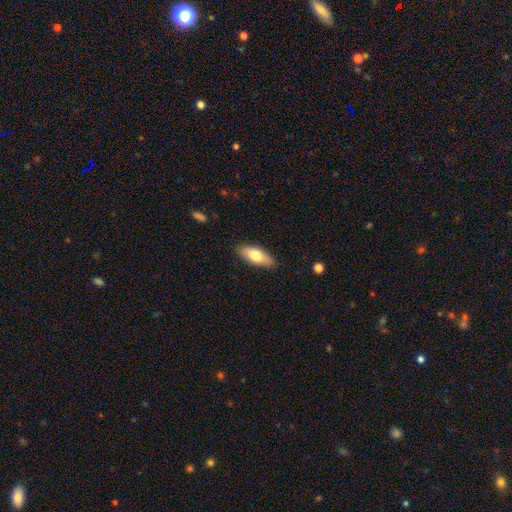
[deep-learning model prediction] Q: Smooth or featured?
A: smooth (72%); runner-up: featured or disk (22%)
Q: How rounded?
A: in between (76%); runner-up: cigar-shaped (22%)
Q: Merging?
A: none (86%); runner-up: minor disturbance (10%)